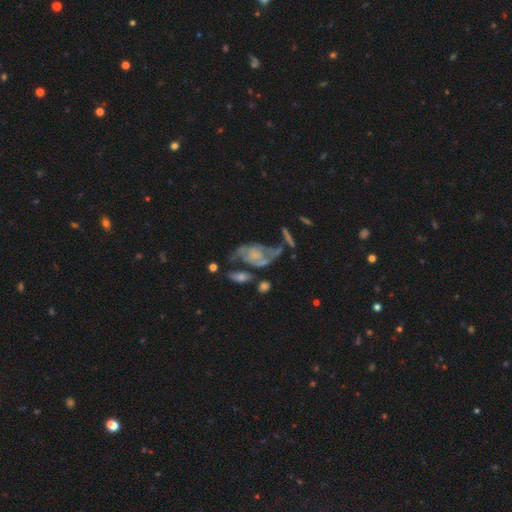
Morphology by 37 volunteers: Smooth or featured? 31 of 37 (84%) said featured or disk. Edge-on disk? 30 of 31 (97%) said no. Bar? 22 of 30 (73%) said no. Spiral arms? 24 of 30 (80%) said yes. Spiral winding? 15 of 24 (62%) said loose. Spiral arm count? 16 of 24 (67%) said 2. Bulge size? 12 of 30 (40%) said none. Merging? 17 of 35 (49%) said major disturbance.